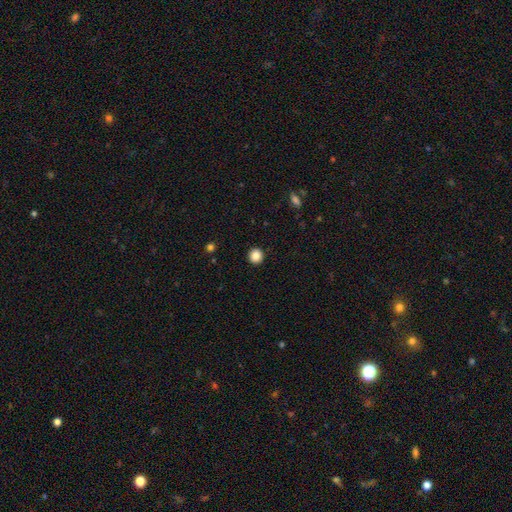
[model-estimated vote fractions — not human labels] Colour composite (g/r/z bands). It shows a smooth galaxy with no disk features (86%) that is round (94%). Merging: none (93%).